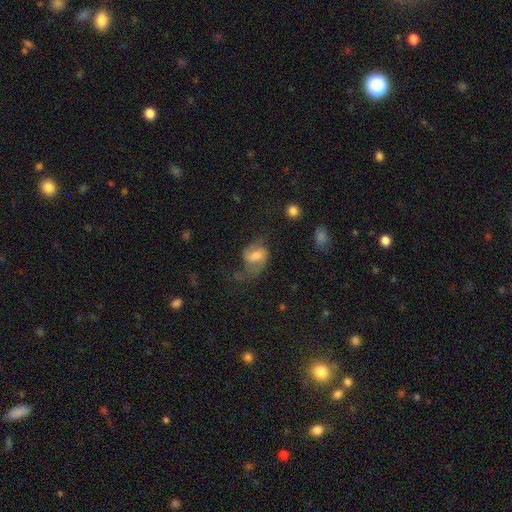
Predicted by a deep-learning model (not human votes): Smooth or featured: featured or disk — 53% (smooth — 37%)
Edge-on disk: no — 96% (yes — 4%)
Bar: weak — 49% (no — 32%)
Spiral arms: yes — 83% (no — 17%)
Bulge size: moderate — 45% (small — 23%)
Merging: none — 39% (major disturbance — 35%)